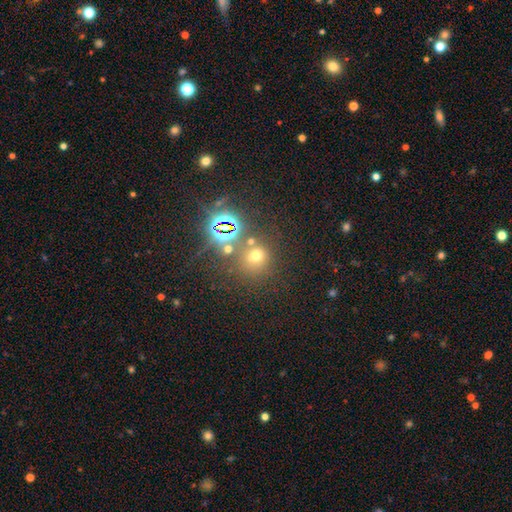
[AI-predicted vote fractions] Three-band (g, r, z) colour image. It shows a smooth galaxy with no disk features (53%) that is round (85%). Merging: none (65%).